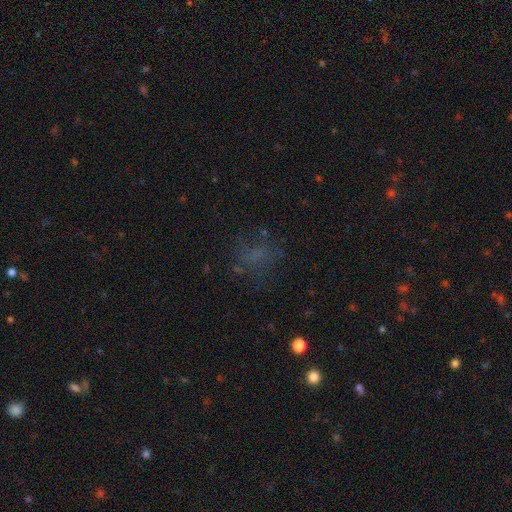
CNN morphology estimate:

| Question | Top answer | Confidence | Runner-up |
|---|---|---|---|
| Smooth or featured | smooth | 48% | star or artifact (30%) |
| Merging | none | 61% | major disturbance (19%) |